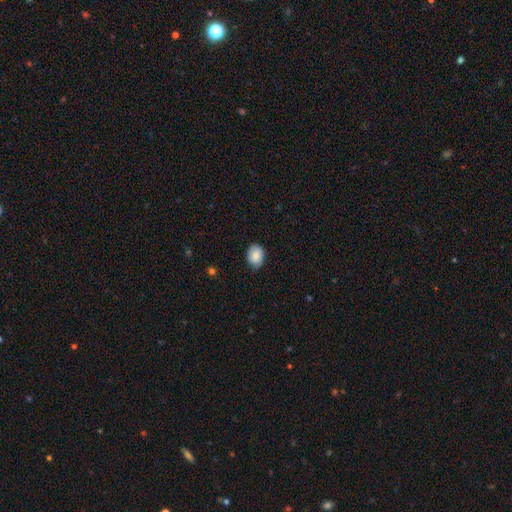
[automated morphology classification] smooth-or-featured: smooth: 82% | featured or disk: 11% | star or artifact: 7%
  how-rounded: in between: 68% | round: 31% | cigar-shaped: 1%
  merging: none: 79% | minor disturbance: 17% | major disturbance: 3% | merger: 1%